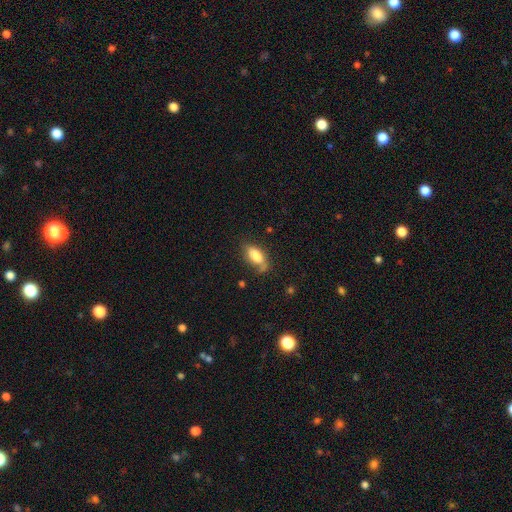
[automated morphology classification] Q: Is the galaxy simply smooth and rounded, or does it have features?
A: smooth — 76%.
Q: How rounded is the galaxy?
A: in between — 82%.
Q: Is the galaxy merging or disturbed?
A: none — 59%.